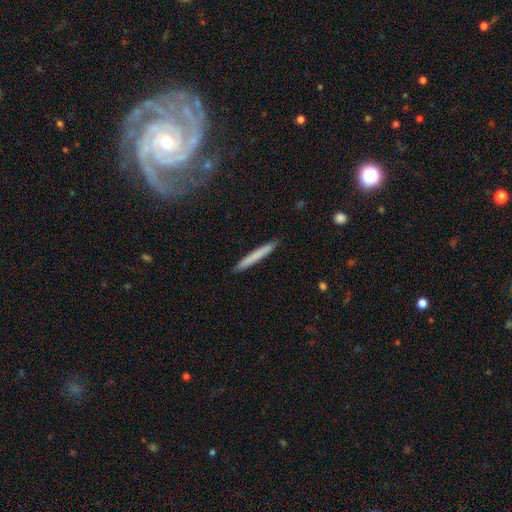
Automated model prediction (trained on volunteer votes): Overall: smooth (71%). How rounded: cigar-shaped (97%). Merging: none (91%).